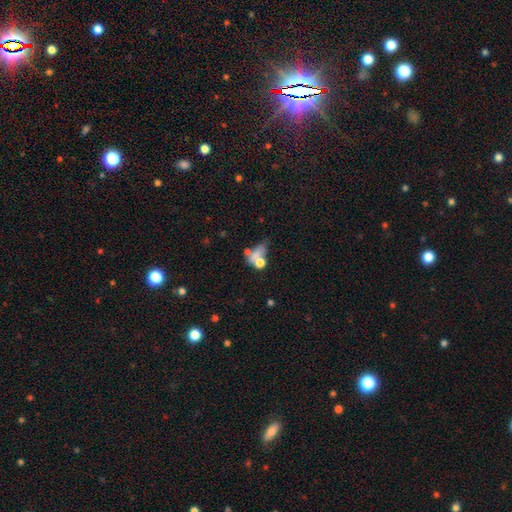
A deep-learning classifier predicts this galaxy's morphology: This is likely a smooth galaxy (62%). How rounded: possibly in between (58%). Merging: marginally merger (35%).